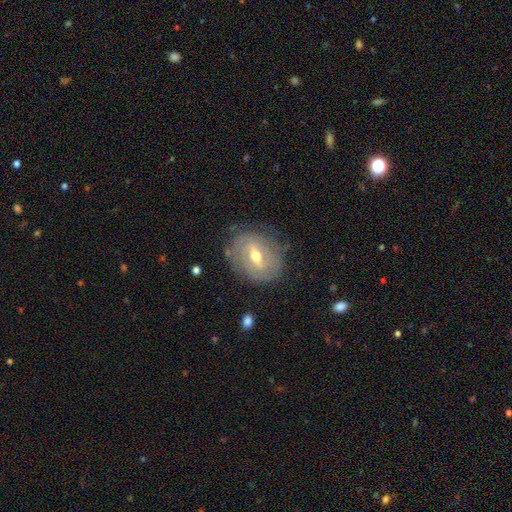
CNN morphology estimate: Smooth or featured: featured or disk — 69% (smooth — 22%)
Edge-on disk: no — 93% (yes — 7%)
Bar: weak — 49% (strong — 35%)
Spiral arms: yes — 69% (no — 31%)
Bulge size: moderate — 67% (small — 28%)
Merging: none — 78% (minor disturbance — 16%)